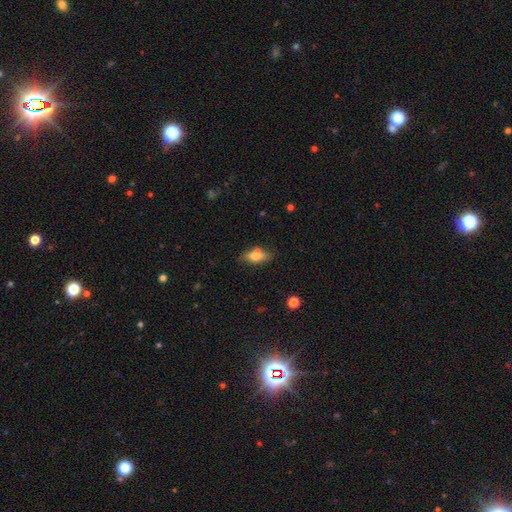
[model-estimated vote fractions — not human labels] smooth 66%, featured or disk 25%, star or artifact 9%. Down the decision tree: how rounded — in between (75%); merging — none (67%).